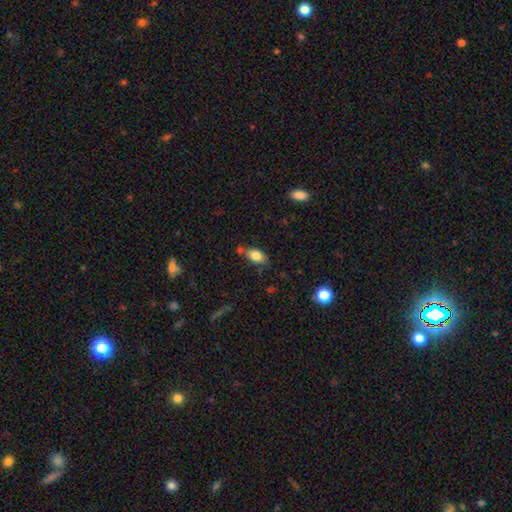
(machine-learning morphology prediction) Overall: smooth (80%). How rounded: in between (87%). Merging: none (66%).